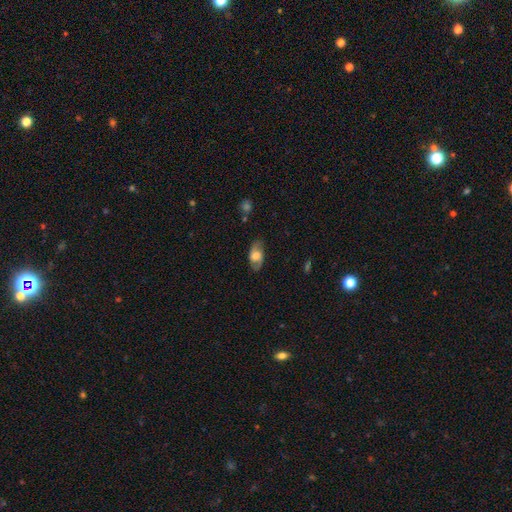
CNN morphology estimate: This is possibly a smooth galaxy (49%). Merging: likely none (78%).